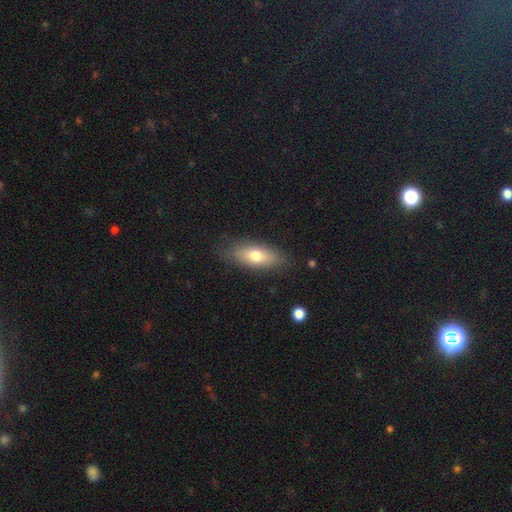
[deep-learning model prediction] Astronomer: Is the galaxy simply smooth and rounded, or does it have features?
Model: smooth — 71%.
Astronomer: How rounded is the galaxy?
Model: in between — 76%.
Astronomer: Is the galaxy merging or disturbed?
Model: none — 81%.